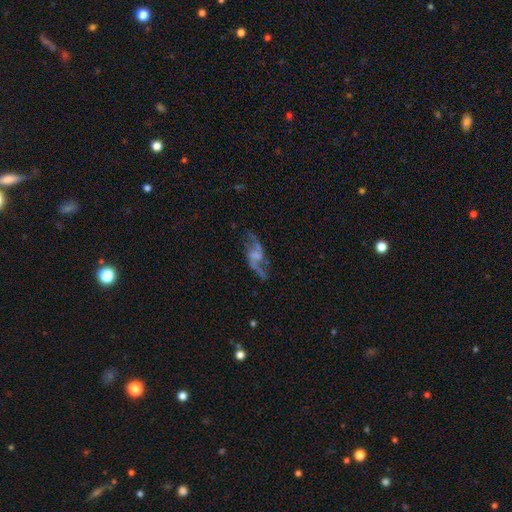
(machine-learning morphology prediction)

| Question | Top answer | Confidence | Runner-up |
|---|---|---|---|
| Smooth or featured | featured or disk | 82% | smooth (10%) |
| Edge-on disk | no | 94% | yes (6%) |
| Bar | weak | 44% | no (36%) |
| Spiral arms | yes | 90% | no (10%) |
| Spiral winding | loose | 78% | medium (18%) |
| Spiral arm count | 2 | 90% | can't tell (4%) |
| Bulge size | none | 53% | small (27%) |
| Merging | none | 61% | minor disturbance (18%) |